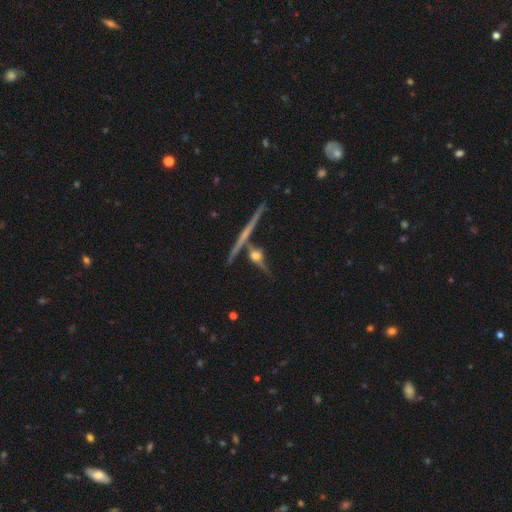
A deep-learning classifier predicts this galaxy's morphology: Smooth or featured? featured or disk (72%)
Edge-on disk? yes (93%)
Edge-on bulge? rounded (85%)
Merging? none (74%)